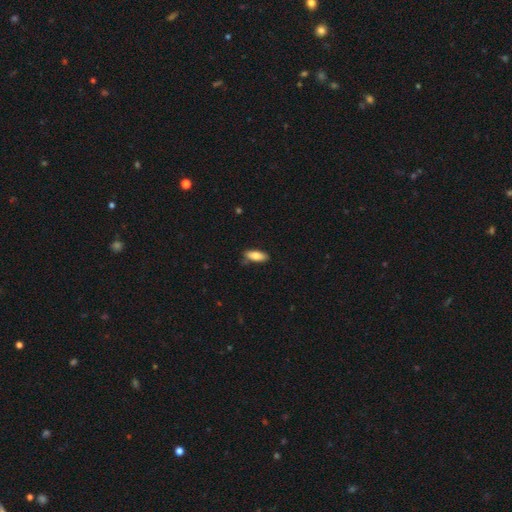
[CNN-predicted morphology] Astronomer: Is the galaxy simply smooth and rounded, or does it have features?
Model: smooth — 81%.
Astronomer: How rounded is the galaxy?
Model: in between — 77%.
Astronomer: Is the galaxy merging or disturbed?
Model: none — 79%.